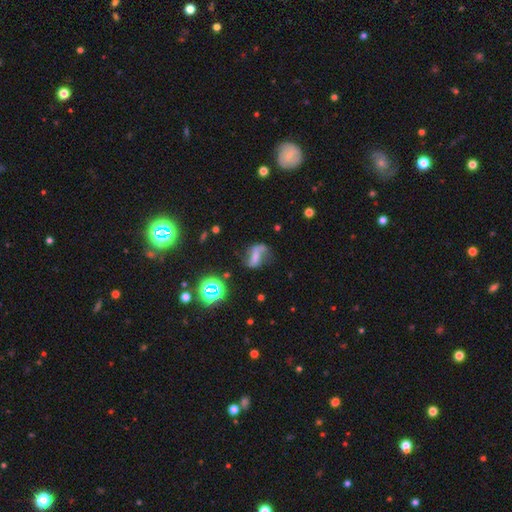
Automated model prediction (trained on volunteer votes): Smooth or featured? Predicted: featured or disk (p=0.52). Edge-on disk? Predicted: no (p=0.92). Merging? Predicted: none (p=0.47).